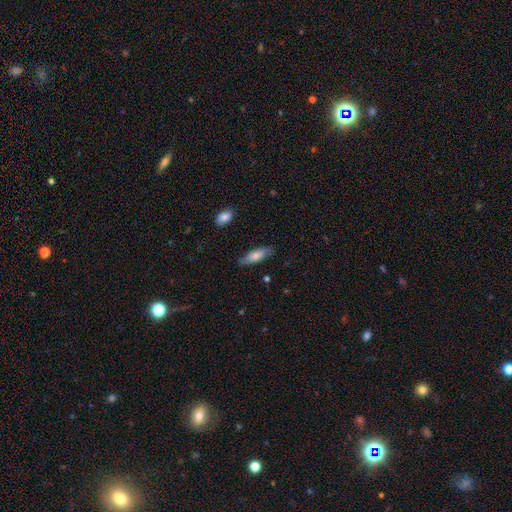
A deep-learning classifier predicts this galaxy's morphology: Q: Smooth or featured?
A: smooth (71%); runner-up: featured or disk (23%)
Q: How rounded?
A: in between (49%); tied with: cigar-shaped (49%)
Q: Merging?
A: none (81%); runner-up: minor disturbance (14%)